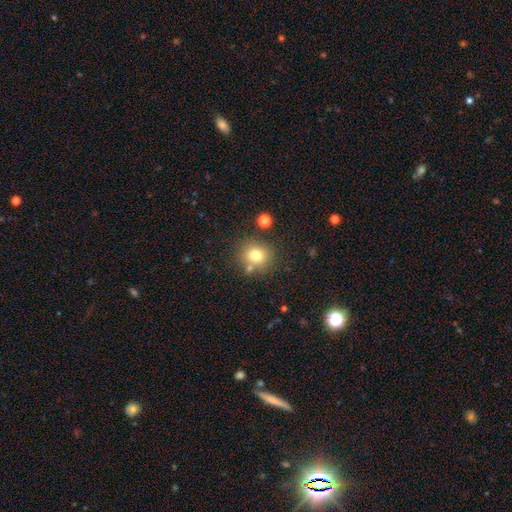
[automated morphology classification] This appears to be a smooth galaxy with no disk features (76%) that is round (84%). Merging: none (74%).